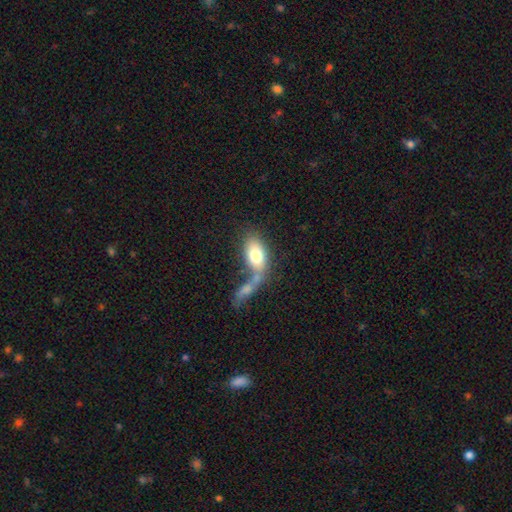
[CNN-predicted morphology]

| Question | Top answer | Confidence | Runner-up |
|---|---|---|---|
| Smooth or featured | smooth | 75% | featured or disk (18%) |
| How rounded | in between | 90% | round (6%) |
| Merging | merger | 39% | tied: none (39%) |